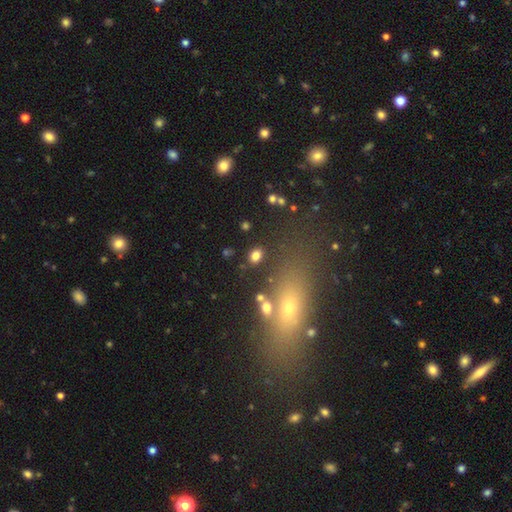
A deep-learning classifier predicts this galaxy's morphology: smooth-or-featured: smooth: 80% | star or artifact: 13% | featured or disk: 7%
  how-rounded: in between: 70% | round: 28% | cigar-shaped: 3%
  merging: none: 82% | minor disturbance: 9% | merger: 5% | major disturbance: 4%